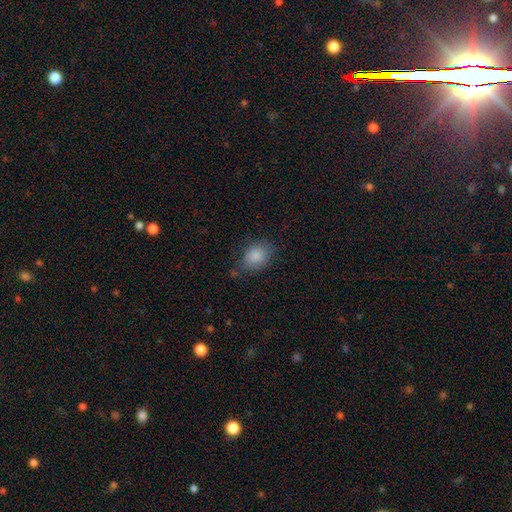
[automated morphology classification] The model was most divided on "how rounded": in between: 58%, round: 41%, cigar-shaped: 1%. More confident: smooth or featured — smooth (85%); merging — none (68%).